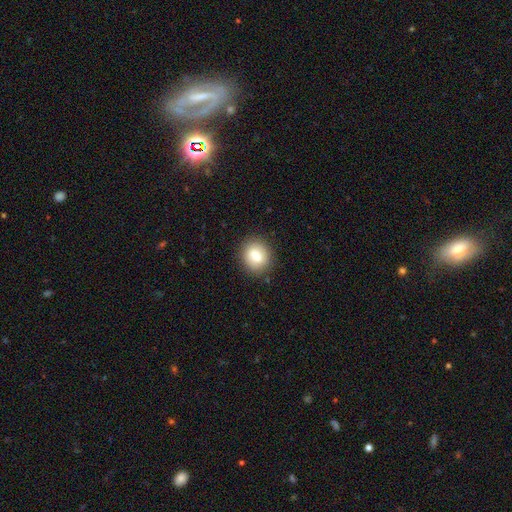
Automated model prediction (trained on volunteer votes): smooth 78%, featured or disk 13%, star or artifact 9%. Down the decision tree: how rounded — round (65%); merging — none (87%).